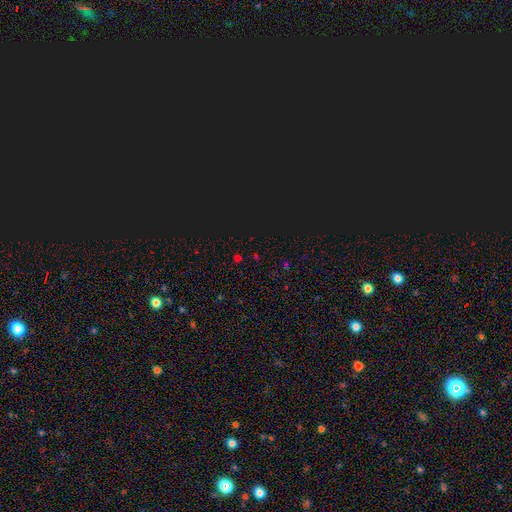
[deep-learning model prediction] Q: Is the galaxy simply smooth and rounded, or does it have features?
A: star or artifact — 64%.